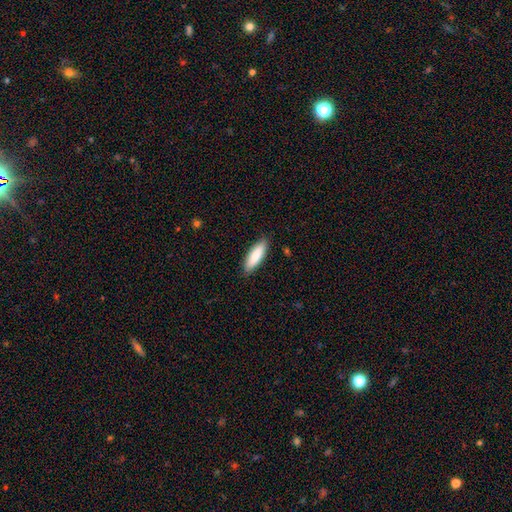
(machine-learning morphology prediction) This is clearly a smooth galaxy (86%). How rounded: possibly cigar-shaped (50%). Merging: clearly none (88%).